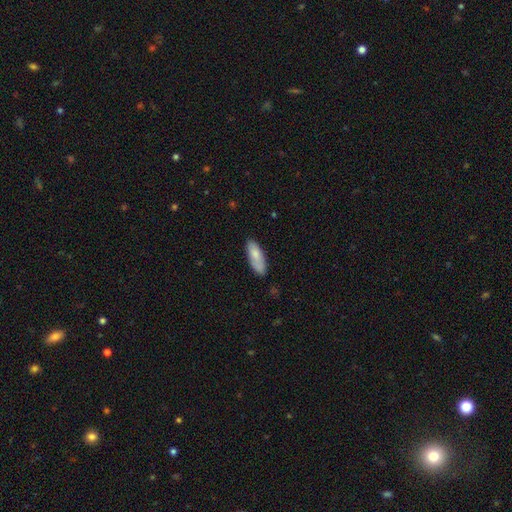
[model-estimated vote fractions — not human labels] Smooth or featured? smooth (80%)
How rounded? in between (66%)
Merging? none (74%)